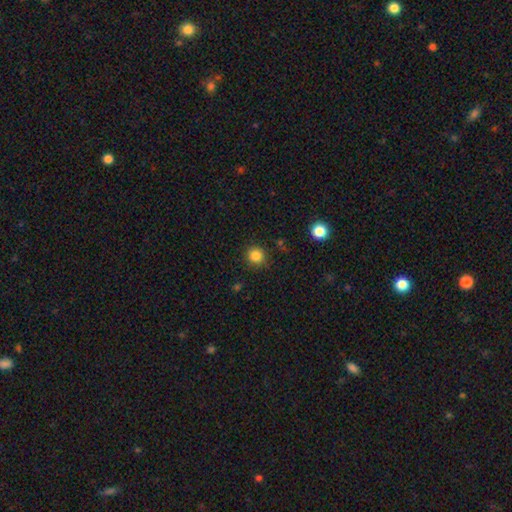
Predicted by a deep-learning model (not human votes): The model was most divided on "smooth or featured": smooth: 84%, star or artifact: 12%, featured or disk: 4%. More confident: how rounded — round (93%); merging — none (89%).